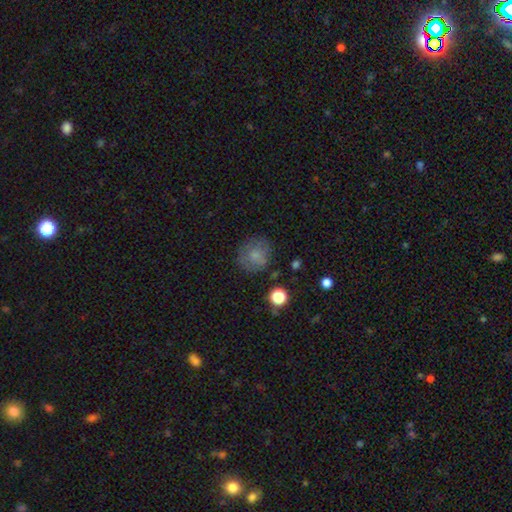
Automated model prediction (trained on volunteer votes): Overall: smooth (74%). How rounded: round (84%). Merging: none (71%).